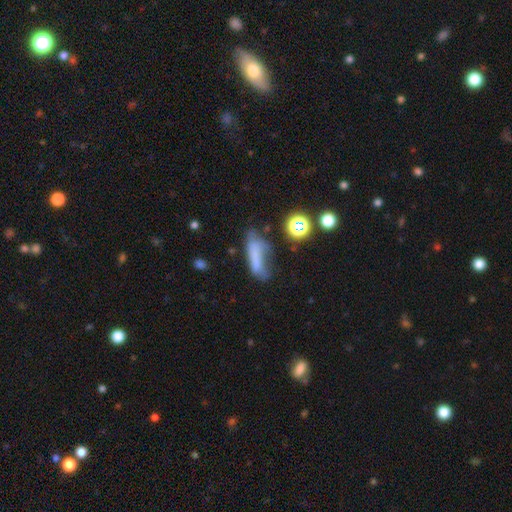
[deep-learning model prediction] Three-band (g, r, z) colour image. It shows a smooth galaxy with no disk features (58%) that is cigar-shaped (51%). Merging: none (33%).